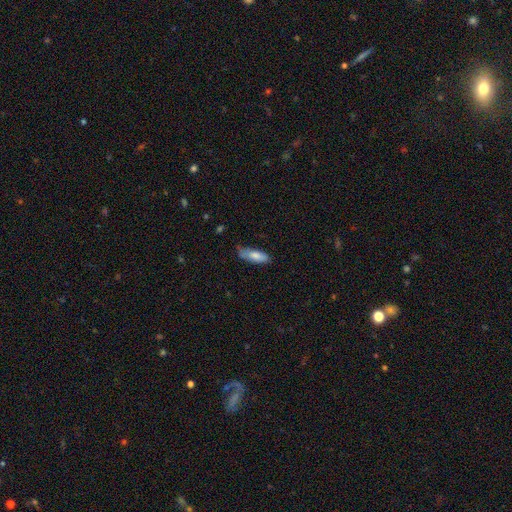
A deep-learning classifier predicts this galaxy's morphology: smooth 79%, featured or disk 15%, star or artifact 6%. Down the decision tree: how rounded — in between (57%); merging — none (65%).